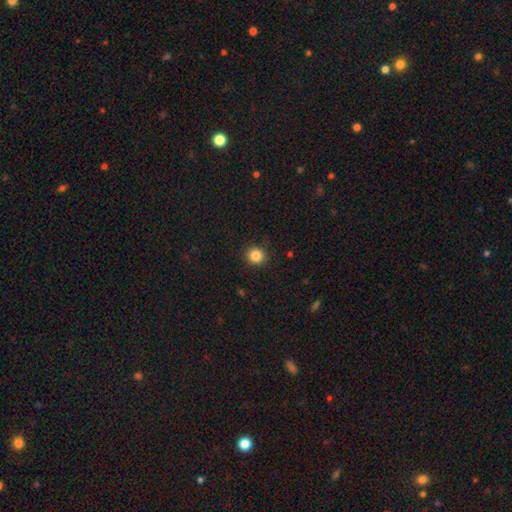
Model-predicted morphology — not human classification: Smooth or featured: smooth — 85% (star or artifact — 11%)
How rounded: round — 90% (in between — 9%)
Merging: none — 90% (minor disturbance — 6%)